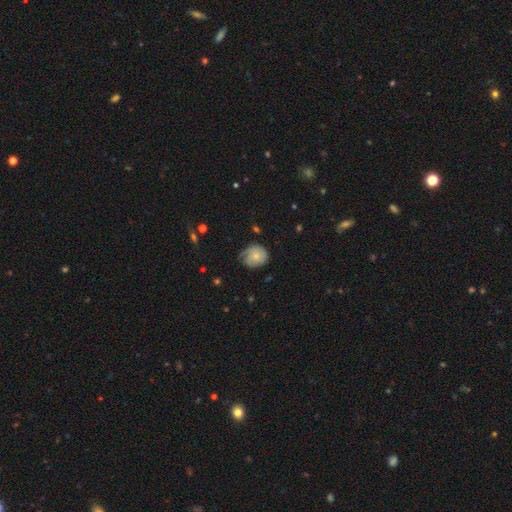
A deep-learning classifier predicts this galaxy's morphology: smooth-or-featured: smooth: 58% | featured or disk: 34% | star or artifact: 8%
  how-rounded: round: 73% | in between: 26% | cigar-shaped: 1%
  merging: none: 48% | minor disturbance: 36% | major disturbance: 14% | merger: 2%